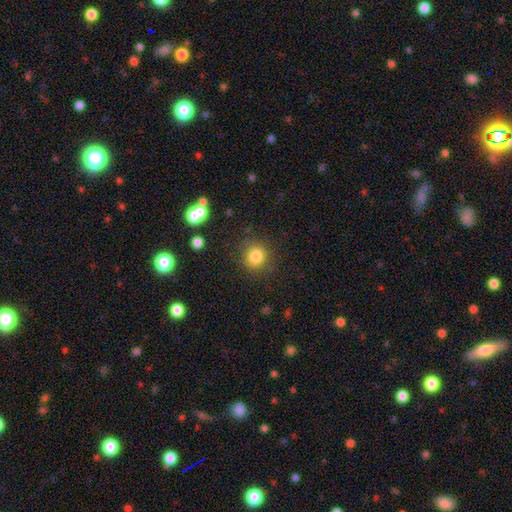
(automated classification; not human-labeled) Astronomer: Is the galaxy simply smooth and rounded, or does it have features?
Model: smooth — 82%.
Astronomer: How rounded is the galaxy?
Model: round — 89%.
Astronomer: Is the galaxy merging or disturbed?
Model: none — 85%.